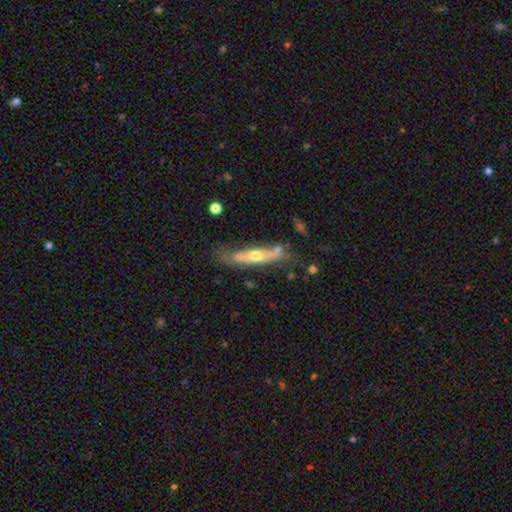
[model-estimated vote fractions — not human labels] smooth-or-featured: featured or disk: 61% | smooth: 33% | star or artifact: 6%
  disk-edge-on: yes: 72% | no: 28%
  merging: none: 59% | minor disturbance: 25% | major disturbance: 9% | merger: 7%